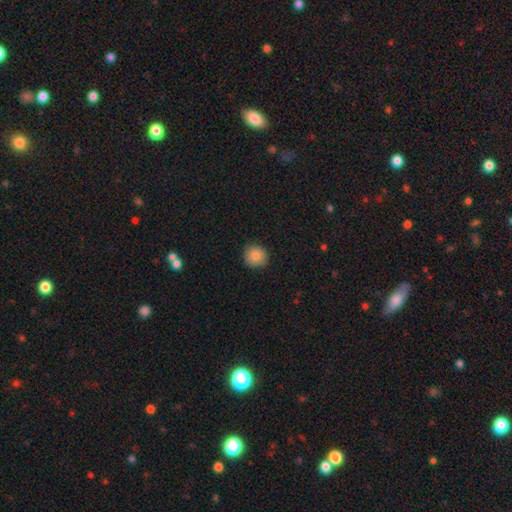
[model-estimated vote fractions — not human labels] A smooth galaxy with no disk features (85%) that is round (92%).

Vote fractions:
- Smooth or featured? smooth: 85% / star or artifact: 9% / featured or disk: 7%
- How rounded? round: 92% / in between: 7% / cigar-shaped: 1%
- Merging? none: 89% / minor disturbance: 9% / major disturbance: 2% / merger: 1%